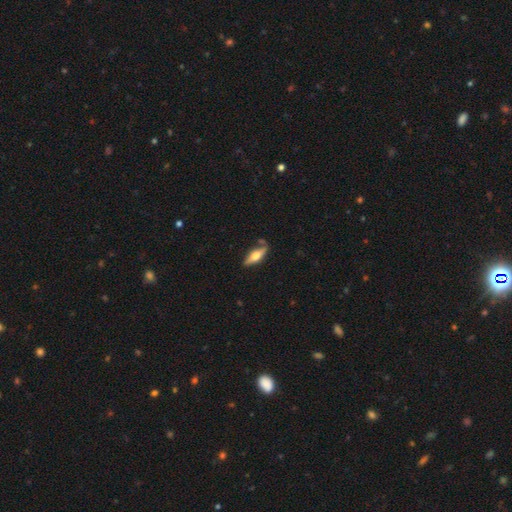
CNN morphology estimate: This is possibly a featured or disk galaxy (49%). Merging: likely none (73%).